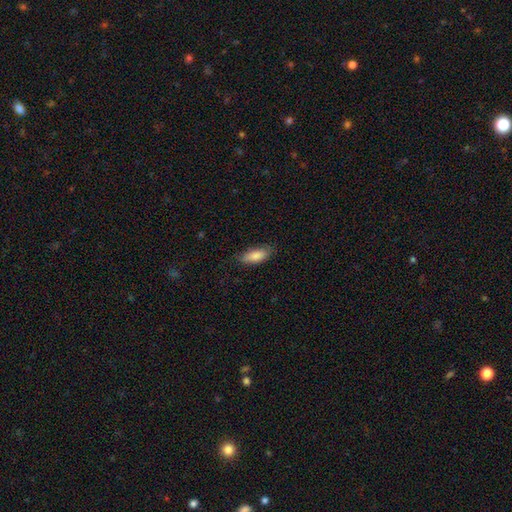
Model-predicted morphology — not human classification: A smooth galaxy with no disk features (86%) that is in between round and cigar-shaped (77%).

Vote fractions:
- Smooth or featured? smooth: 86% / featured or disk: 7% / star or artifact: 6%
- How rounded? in between: 77% / cigar-shaped: 21% / round: 2%
- Merging? none: 76% / minor disturbance: 19% / major disturbance: 4% / merger: 1%